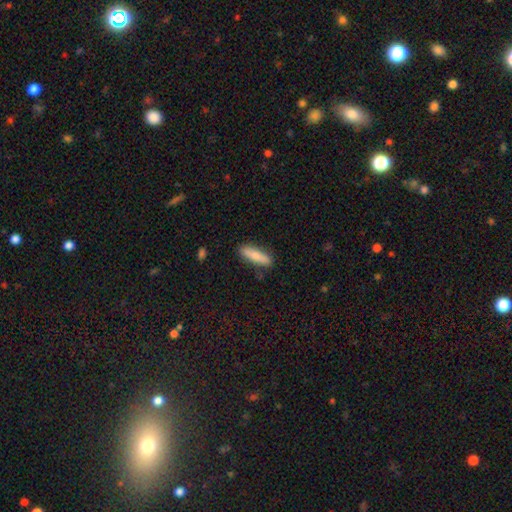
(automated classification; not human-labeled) Smooth or featured: smooth — 79% (featured or disk — 15%)
How rounded: cigar-shaped — 72% (in between — 27%)
Merging: none — 85% (minor disturbance — 11%)